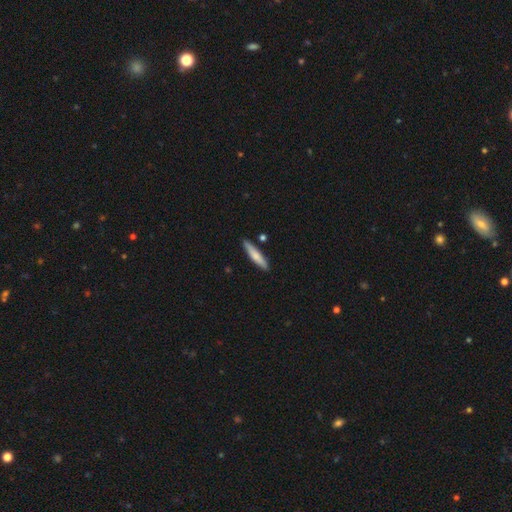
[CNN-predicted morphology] Q: Smooth or featured?
A: smooth (70%); runner-up: featured or disk (25%)
Q: How rounded?
A: cigar-shaped (88%); runner-up: in between (11%)
Q: Merging?
A: none (87%); runner-up: minor disturbance (9%)